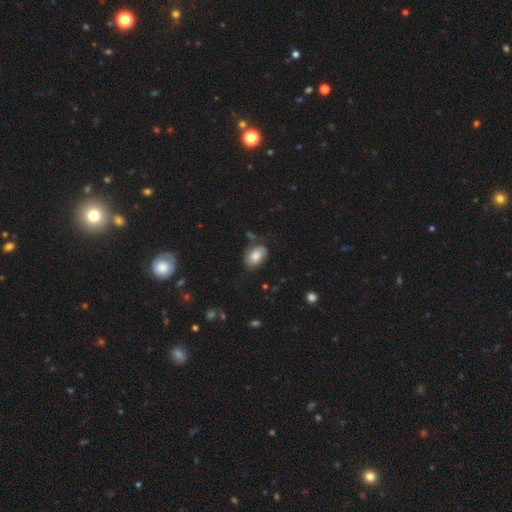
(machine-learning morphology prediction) smooth 76%, featured or disk 17%, star or artifact 8%. Down the decision tree: how rounded — in between (85%); merging — none (67%).